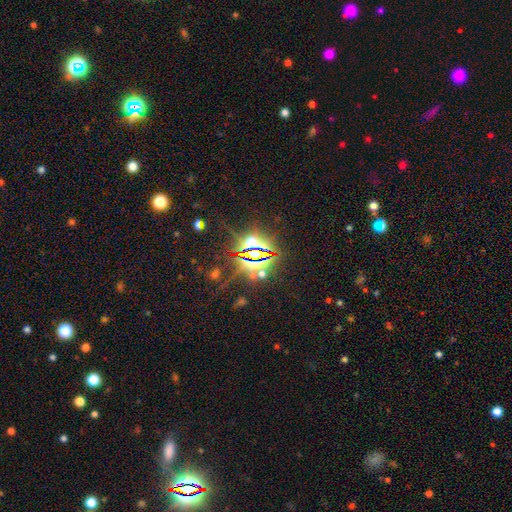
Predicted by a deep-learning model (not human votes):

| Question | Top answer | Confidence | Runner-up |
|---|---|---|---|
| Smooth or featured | star or artifact | 82% | smooth (9%) |